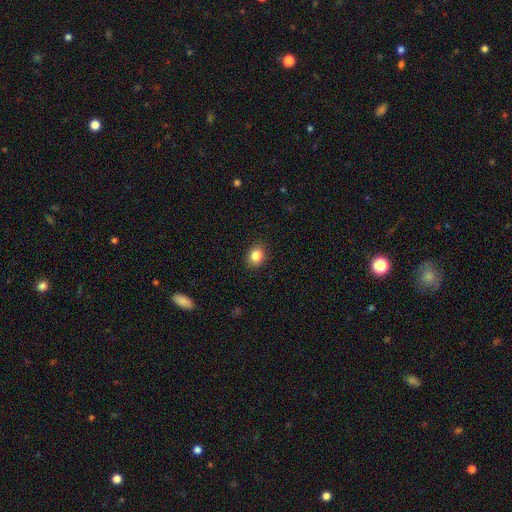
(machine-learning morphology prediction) This is clearly a smooth galaxy (84%). How rounded: likely round (61%). Merging: clearly none (90%).